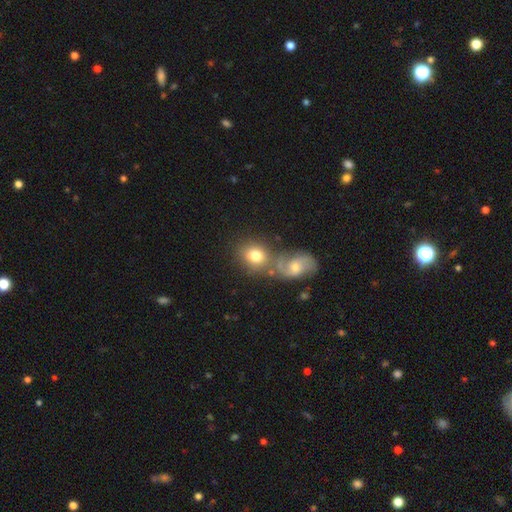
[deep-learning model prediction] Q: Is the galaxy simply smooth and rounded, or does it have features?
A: smooth — 69%.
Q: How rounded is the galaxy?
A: round — 57%.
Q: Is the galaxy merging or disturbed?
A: none — 44%.